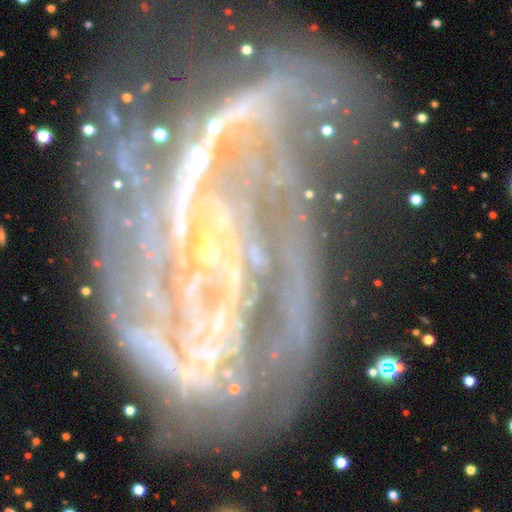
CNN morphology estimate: smooth-or-featured: featured or disk: 52% | star or artifact: 34% | smooth: 14%
  disk-edge-on: no: 88% | yes: 12%
  merging: none: 48% | major disturbance: 20% | minor disturbance: 17% | merger: 15%